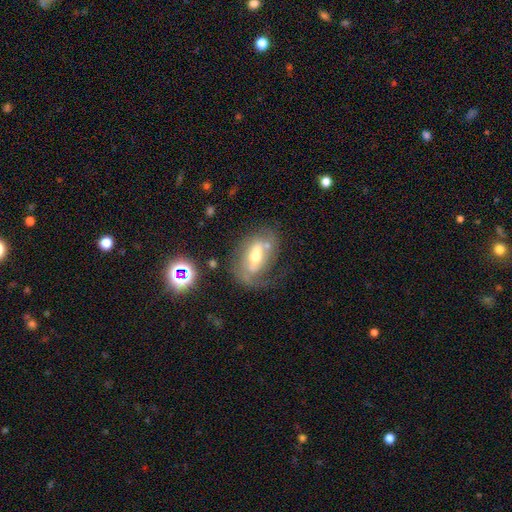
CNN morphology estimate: Overall: featured or disk (65%). Edge-on disk: no (90%). Bar: weak (40%; no 31%). Spiral arms: yes (72%). Bulge size: moderate (65%). Merging: none (41%; major disturbance 25%).